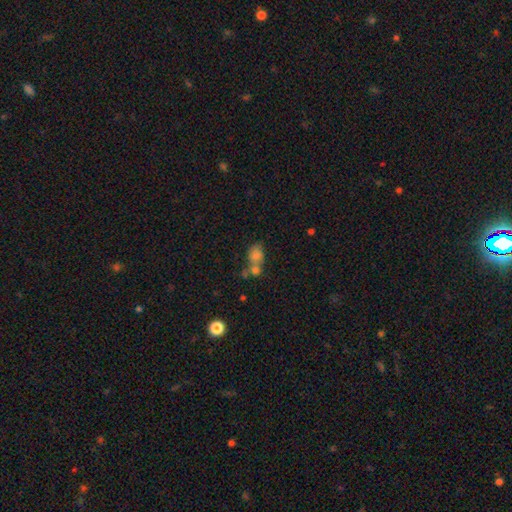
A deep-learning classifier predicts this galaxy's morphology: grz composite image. It shows a smooth galaxy with no disk features (69%) that is in between round and cigar-shaped (54%). Merging: merger (50%).